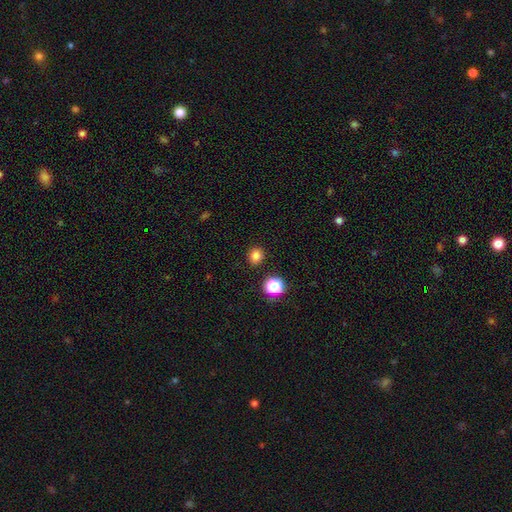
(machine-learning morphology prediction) Overall: smooth (80%). How rounded: round (73%). Merging: none (89%).